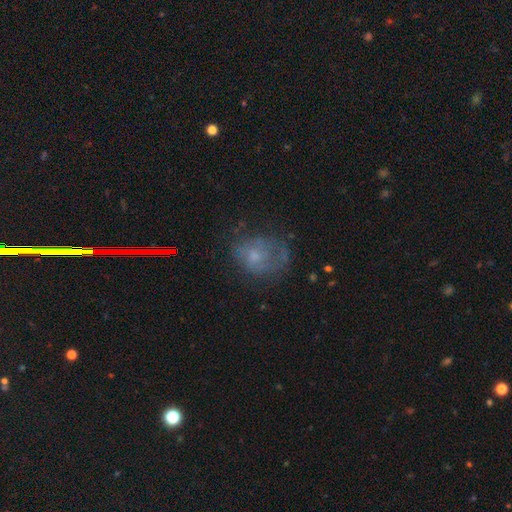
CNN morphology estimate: This is marginally a smooth galaxy (45%). Merging: possibly none (47%).